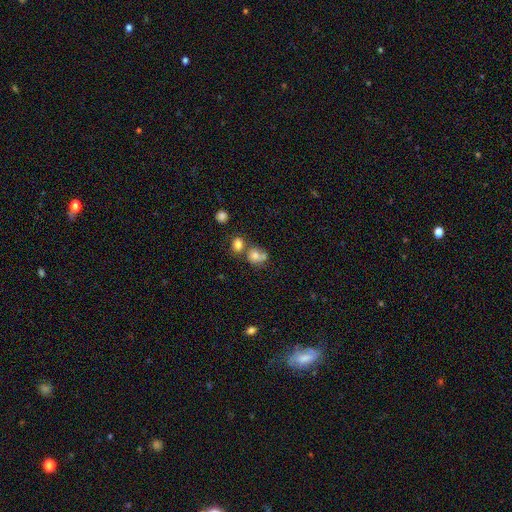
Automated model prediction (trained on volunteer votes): Morphology: type=smooth (74%); roundness=round (65%); merging=merger (43%).